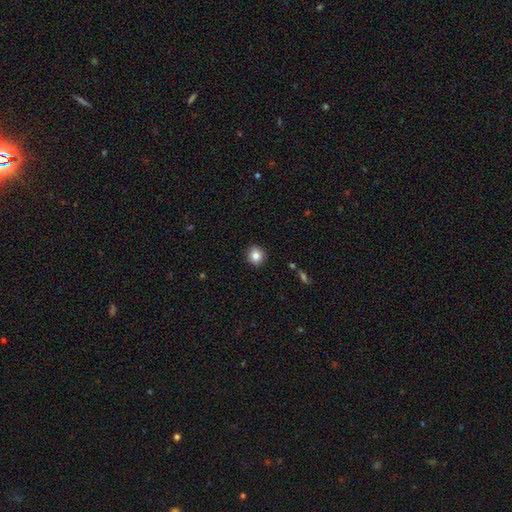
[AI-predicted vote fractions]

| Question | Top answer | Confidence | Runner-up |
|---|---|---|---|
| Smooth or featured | smooth | 84% | star or artifact (10%) |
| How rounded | round | 86% | in between (13%) |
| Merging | none | 90% | minor disturbance (7%) |